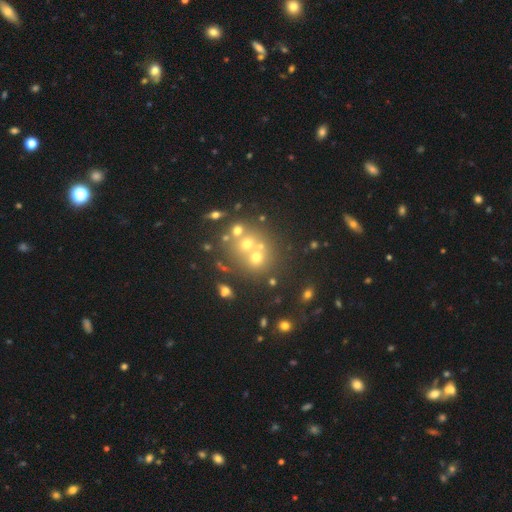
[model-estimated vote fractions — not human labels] This appears to be a smooth galaxy with no disk features (46%). Merging: none (44%).